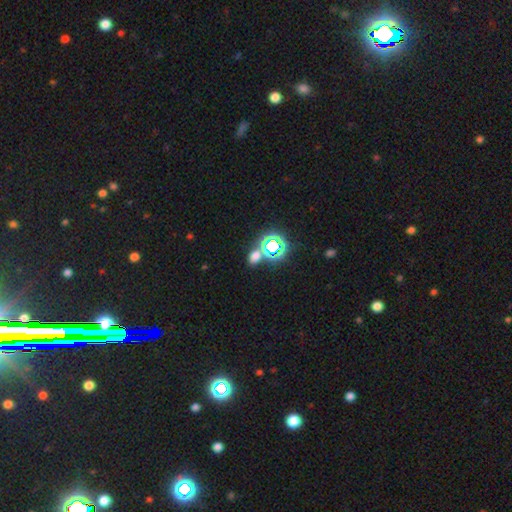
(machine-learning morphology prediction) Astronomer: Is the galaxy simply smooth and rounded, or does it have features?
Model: smooth — 54% (runner-up: star or artifact, 39%).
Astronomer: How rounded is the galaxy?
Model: in between — 66%.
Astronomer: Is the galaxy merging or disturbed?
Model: none — 67%.